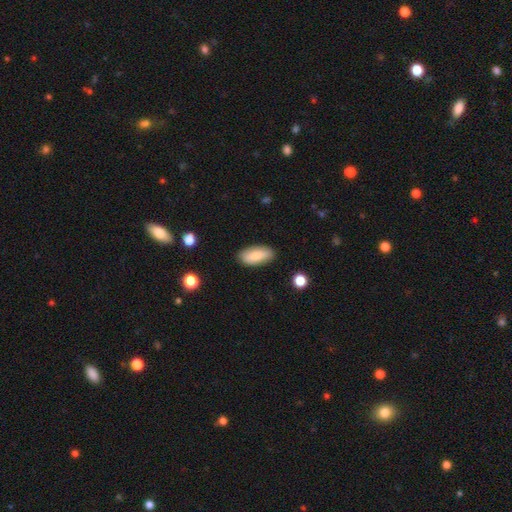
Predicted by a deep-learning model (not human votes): smooth 81%, featured or disk 12%, star or artifact 6%. Down the decision tree: how rounded — in between (87%); merging — none (86%).